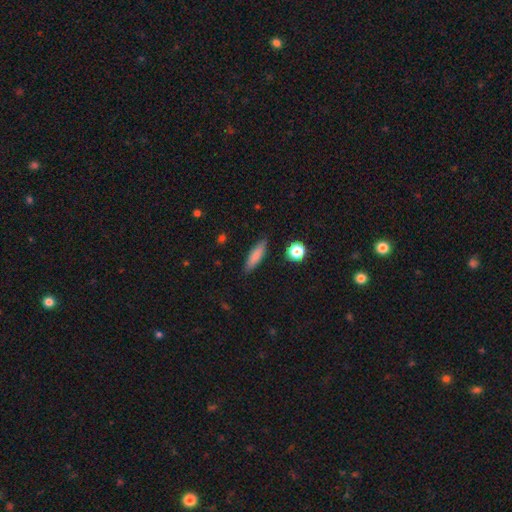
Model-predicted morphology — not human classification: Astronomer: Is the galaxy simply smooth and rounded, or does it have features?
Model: smooth — 77%.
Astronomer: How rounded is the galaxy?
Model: cigar-shaped — 69%.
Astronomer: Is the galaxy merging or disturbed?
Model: none — 86%.